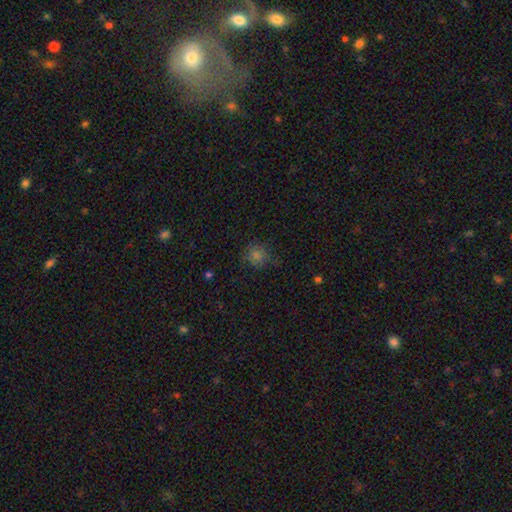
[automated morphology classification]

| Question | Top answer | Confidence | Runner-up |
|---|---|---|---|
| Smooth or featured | smooth | 70% | star or artifact (22%) |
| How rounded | round | 86% | in between (13%) |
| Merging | none | 77% | minor disturbance (16%) |